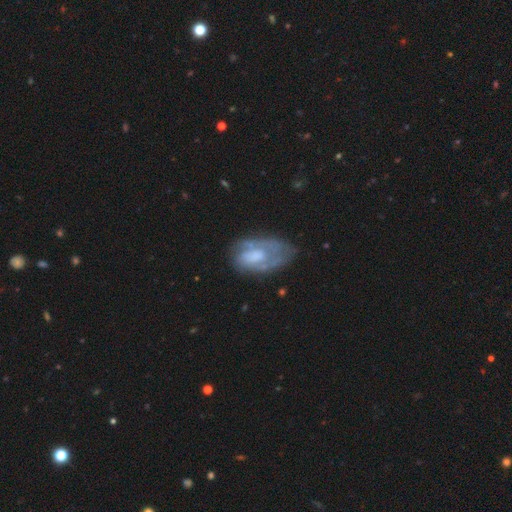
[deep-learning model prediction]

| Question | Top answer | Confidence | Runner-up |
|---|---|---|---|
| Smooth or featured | featured or disk | 61% | smooth (32%) |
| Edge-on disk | no | 95% | yes (5%) |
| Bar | no | 71% | weak (24%) |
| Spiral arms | yes | 55% | no (45%) |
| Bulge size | moderate | 38% | none (23%) |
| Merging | none | 50% | minor disturbance (28%) |